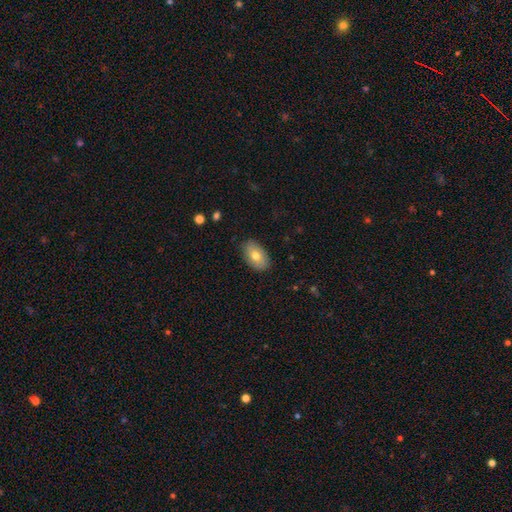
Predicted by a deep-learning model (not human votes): smooth_or_featured: smooth (p=0.73) [alt: featured or disk p=0.20]
how_rounded: in between (p=0.92) [alt: round p=0.06]
merging: none (p=0.86) [alt: minor disturbance p=0.11]